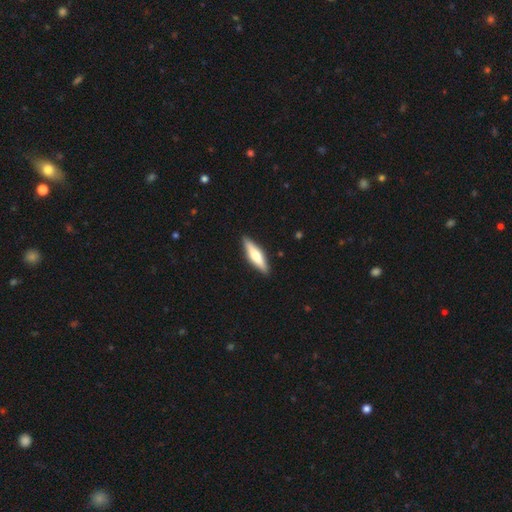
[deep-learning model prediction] smooth_or_featured: smooth (p=0.50) [alt: featured or disk p=0.45]
merging: none (p=0.90) [alt: minor disturbance p=0.07]